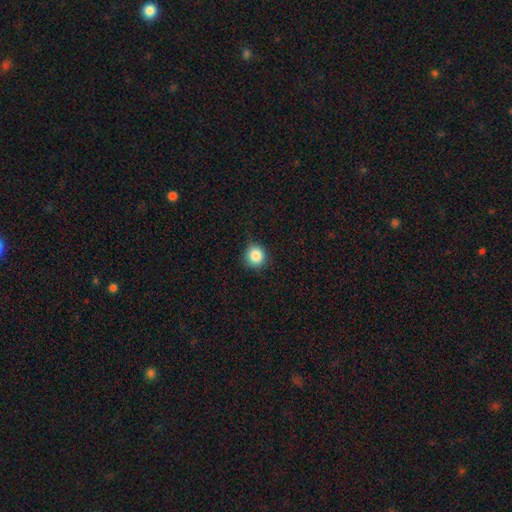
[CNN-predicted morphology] smooth_or_featured: smooth (p=0.86) [alt: star or artifact p=0.10]
how_rounded: round (p=0.90) [alt: in between p=0.09]
merging: none (p=0.86) [alt: minor disturbance p=0.11]